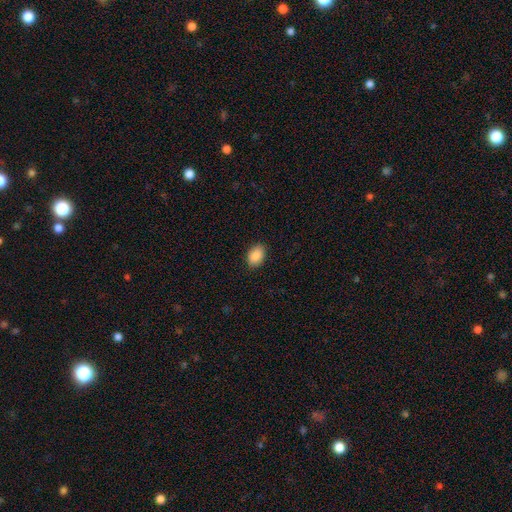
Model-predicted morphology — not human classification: Overall: smooth (89%). How rounded: in between (84%). Merging: none (89%).